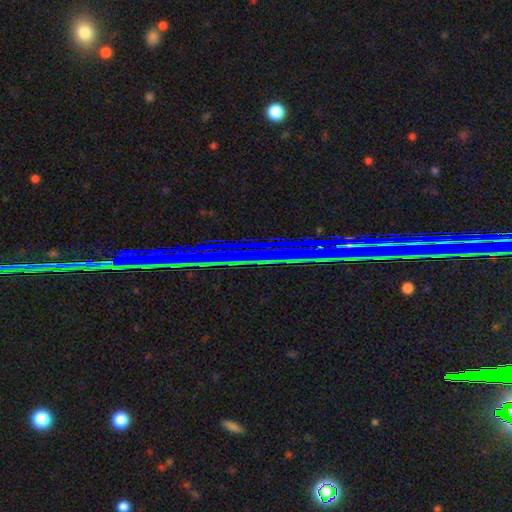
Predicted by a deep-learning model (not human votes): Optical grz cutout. It shows a star or artifact, not a galaxy (82%).